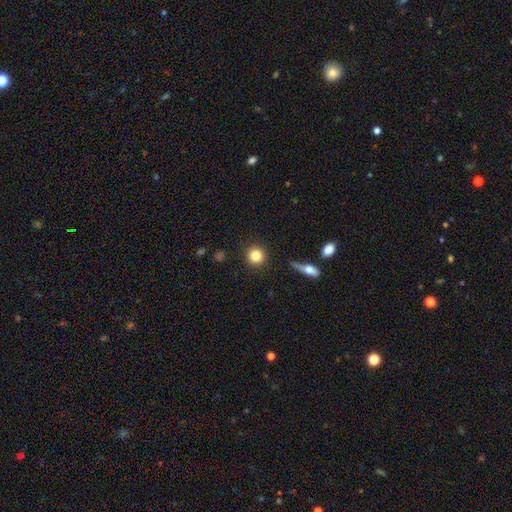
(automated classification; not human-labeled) Q: Smooth or featured?
A: smooth (83%); runner-up: star or artifact (9%)
Q: How rounded?
A: round (94%); runner-up: in between (5%)
Q: Merging?
A: none (91%); runner-up: minor disturbance (5%)